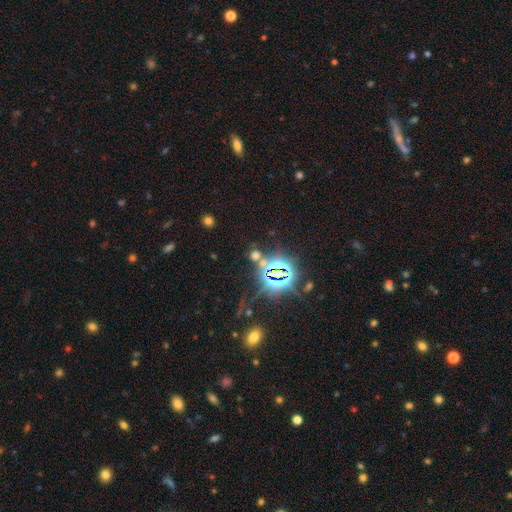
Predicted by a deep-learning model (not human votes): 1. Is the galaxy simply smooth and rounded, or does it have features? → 60% star or artifact, 32% smooth, 8% featured or disk.